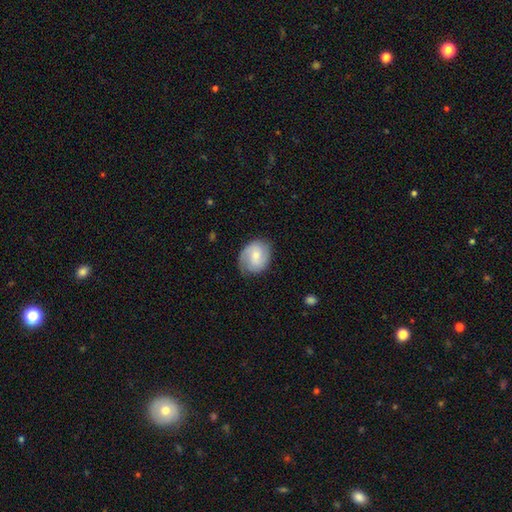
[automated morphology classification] type=featured or disk (54%); edge-on=no (97%); bar=no (49%); spiral arms=yes (87%); bulge=small (55%); merging=none (73%).